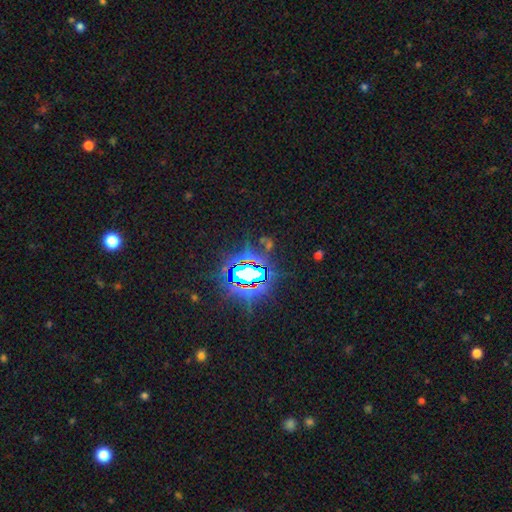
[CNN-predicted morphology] A star or artifact, not a galaxy (83%).

Vote fractions:
- Smooth or featured? star or artifact: 83% / smooth: 10% / featured or disk: 7%